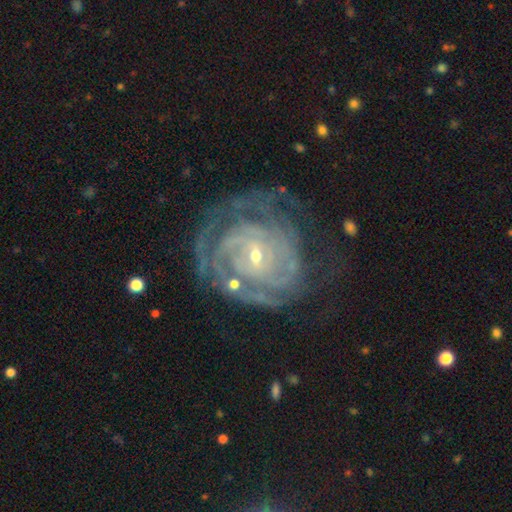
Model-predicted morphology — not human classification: A featured or disk galaxy (86%) with no bar (53%), tight (80%) spiral arms (93%) and a small central bulge (77%).

Vote fractions:
- Smooth or featured? featured or disk: 86% / smooth: 7% / star or artifact: 6%
- Edge-on disk? no: 97% / yes: 3%
- Bar? no: 53% / weak: 35% / strong: 12%
- Spiral arms? yes: 93% / no: 7%
- Spiral winding? tight: 80% / medium: 16% / loose: 4%
- Spiral arm count? can't tell: 40% / 2: 20% / 3: 15% / 4: 12% / more than 4: 7% / 1: 6%
- Bulge size? small: 77% / moderate: 20% / large: 1% / none: 1% / dominant: 1%
- Merging? none: 61% / minor disturbance: 20% / major disturbance: 16% / merger: 3%